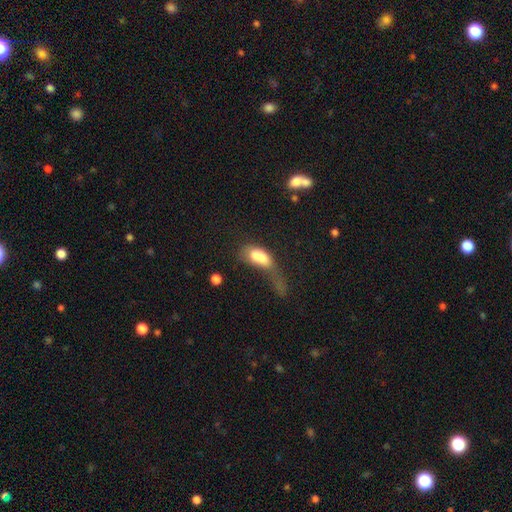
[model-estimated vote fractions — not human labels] Smooth or featured?
  - smooth: 65% *
  - featured or disk: 25%
  - star or artifact: 10%
How rounded?
  - in between: 76% *
  - round: 12%
  - cigar-shaped: 12%
Merging?
  - merger: 51% *
  - major disturbance: 29%
  - minor disturbance: 10%
  - none: 10%